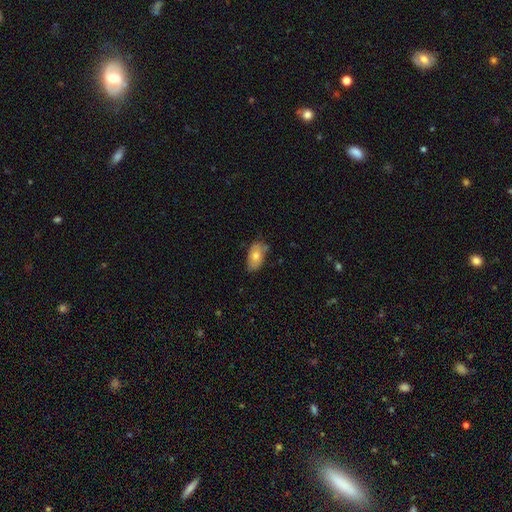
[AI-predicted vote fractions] Smooth or featured? Predicted: smooth (p=0.72). How rounded? Predicted: in between (p=0.92). Merging? Predicted: none (p=0.68).